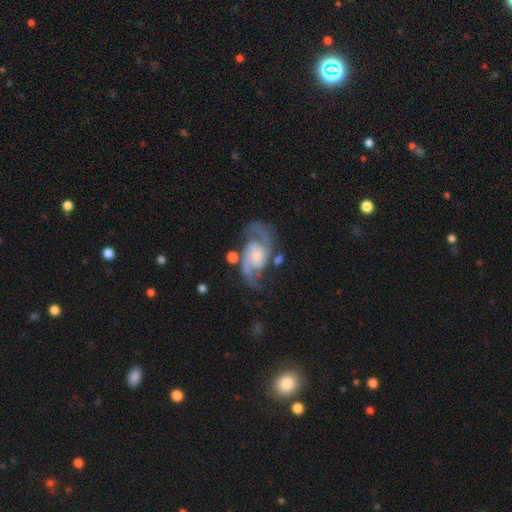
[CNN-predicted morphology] This appears to be a featured or disk galaxy (91%) with no bar (50%), 2 (93%) medium (60%) spiral arms (98%) and a small central bulge (30%). Merging: none (68%).